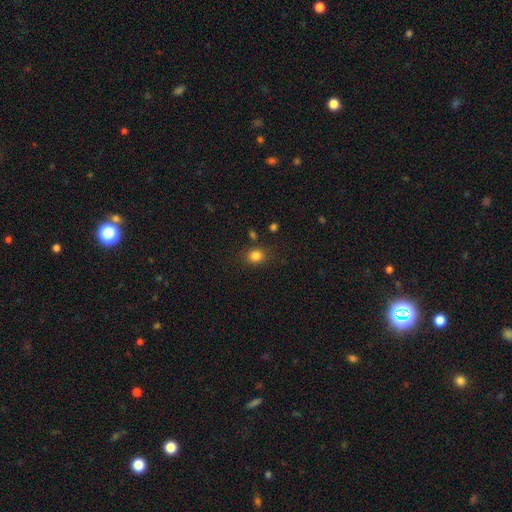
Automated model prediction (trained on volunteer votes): Smooth or featured: smooth — 83% (star or artifact — 12%)
How rounded: round — 64% (in between — 35%)
Merging: none — 82% (minor disturbance — 11%)